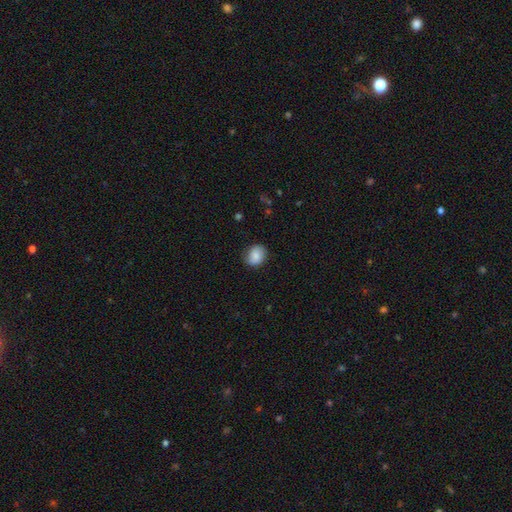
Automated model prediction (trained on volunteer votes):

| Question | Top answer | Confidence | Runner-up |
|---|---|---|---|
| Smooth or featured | smooth | 82% | featured or disk (11%) |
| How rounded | round | 58% | in between (41%) |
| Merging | none | 78% | minor disturbance (17%) |